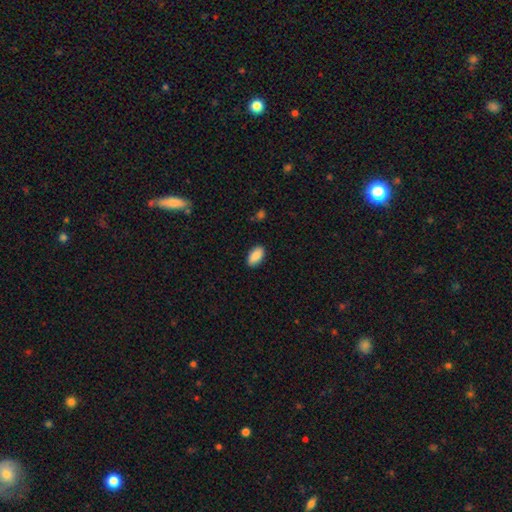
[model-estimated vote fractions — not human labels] Smooth or featured? smooth (90%)
How rounded? in between (94%)
Merging? none (89%)